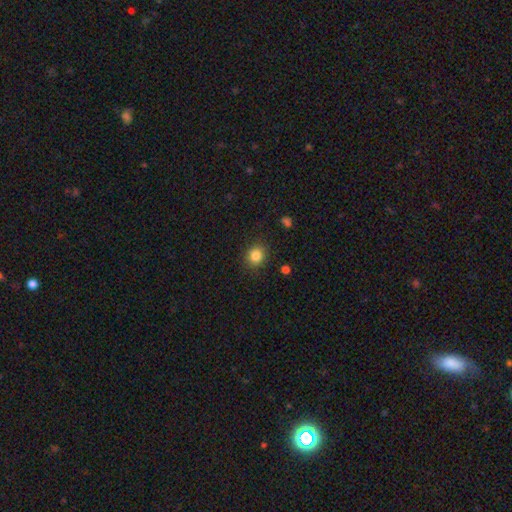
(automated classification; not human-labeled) A smooth galaxy with no disk features (85%) that is round (75%).

Vote fractions:
- Smooth or featured? smooth: 85% / star or artifact: 10% / featured or disk: 5%
- How rounded? round: 75% / in between: 24% / cigar-shaped: 1%
- Merging? none: 88% / minor disturbance: 8% / major disturbance: 3% / merger: 1%